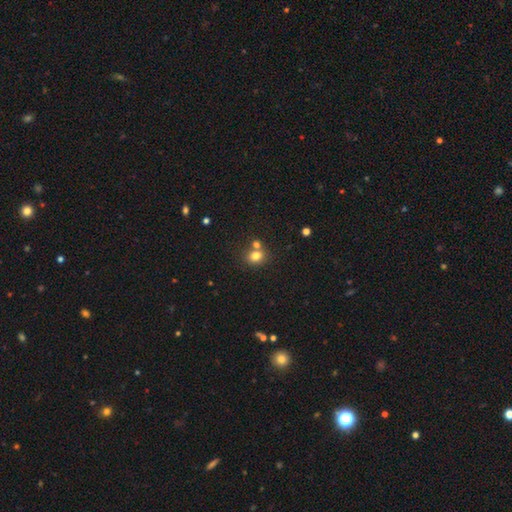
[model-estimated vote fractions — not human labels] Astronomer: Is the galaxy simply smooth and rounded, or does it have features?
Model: smooth — 78%.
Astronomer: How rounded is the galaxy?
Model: round — 61% (runner-up: in between, 38%).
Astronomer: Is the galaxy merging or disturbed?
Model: none — 56%.